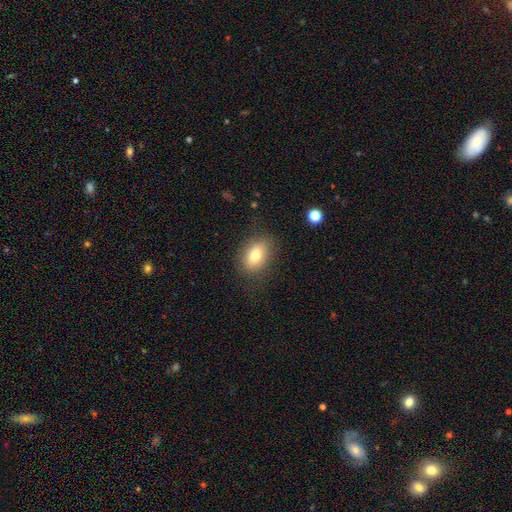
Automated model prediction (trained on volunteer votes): Smooth or featured? Predicted: smooth (p=0.77). How rounded? Predicted: in between (p=0.79). Merging? Predicted: none (p=0.80).